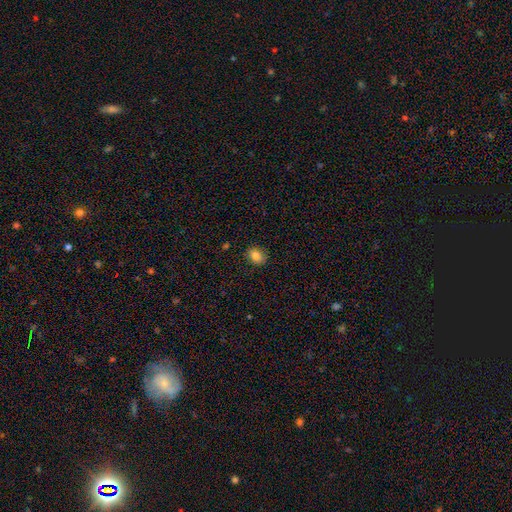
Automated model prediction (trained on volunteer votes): A smooth galaxy with no disk features (84%) that is in between round and cigar-shaped (53%). Merging: none (87%).